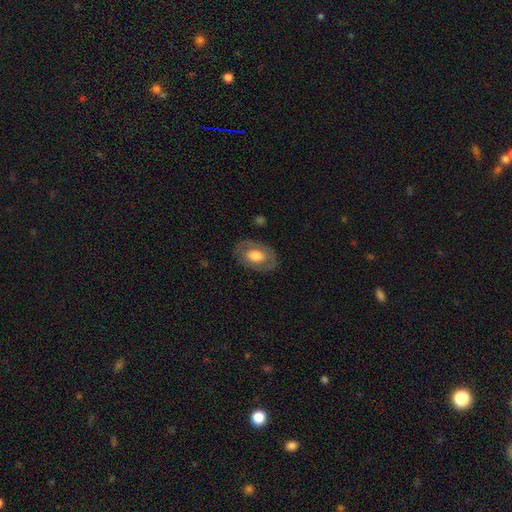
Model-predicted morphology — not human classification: Q: Smooth or featured?
A: smooth (54%); runner-up: featured or disk (40%)
Q: How rounded?
A: in between (85%); runner-up: round (14%)
Q: Merging?
A: none (80%); runner-up: minor disturbance (14%)